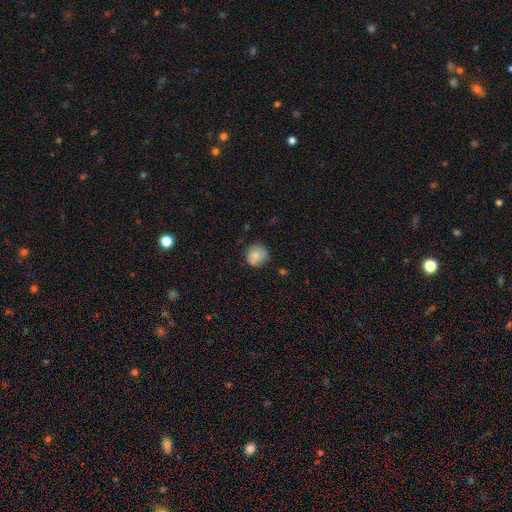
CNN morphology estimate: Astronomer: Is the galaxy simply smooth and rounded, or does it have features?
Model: smooth — 80%.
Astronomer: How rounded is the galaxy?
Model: round — 89%.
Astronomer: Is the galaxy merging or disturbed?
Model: none — 75%.